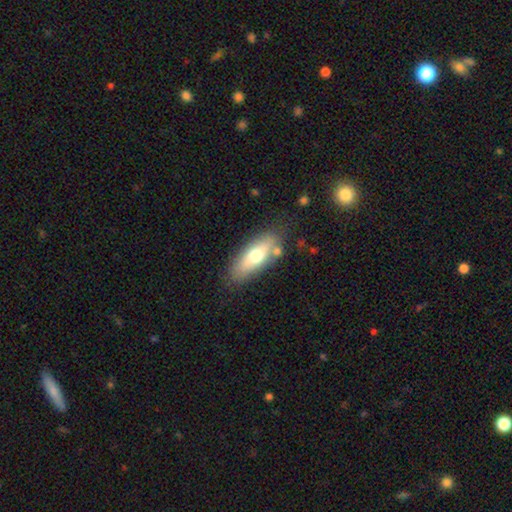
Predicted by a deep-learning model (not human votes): This appears to be a smooth galaxy with no disk features (62%) that is in between round and cigar-shaped (69%). Merging: none (77%).